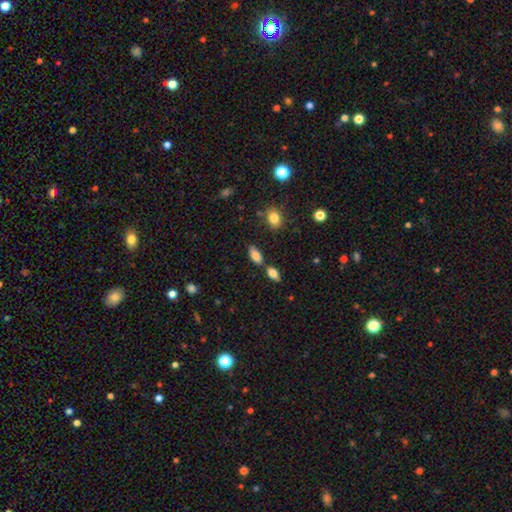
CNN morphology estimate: The model was most divided on "merging": none: 68%, merger: 16%, minor disturbance: 13%, major disturbance: 3%. More confident: how rounded — in between (82%); smooth or featured — smooth (80%).